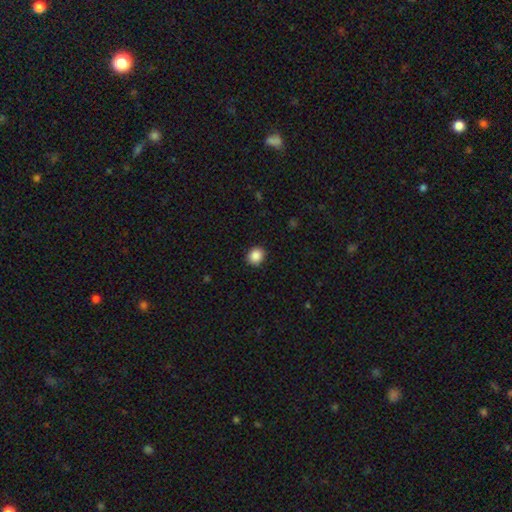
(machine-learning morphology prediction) smooth-or-featured: smooth: 88% | star or artifact: 9% | featured or disk: 3%
  how-rounded: round: 75% | in between: 24% | cigar-shaped: 1%
  merging: none: 90% | minor disturbance: 7% | major disturbance: 2% | merger: 1%